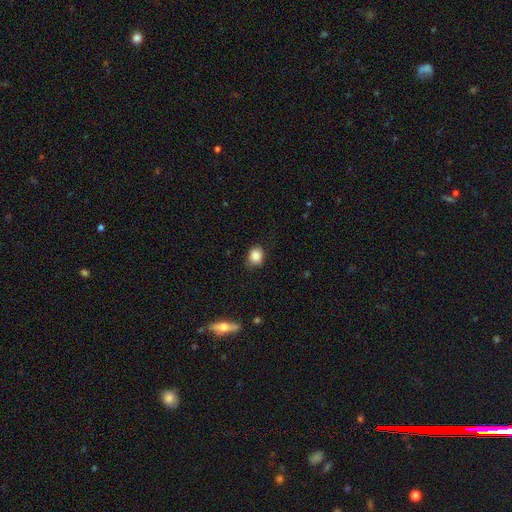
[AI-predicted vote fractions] Smooth or featured? smooth (86%)
How rounded? round (57%)
Merging? none (75%)